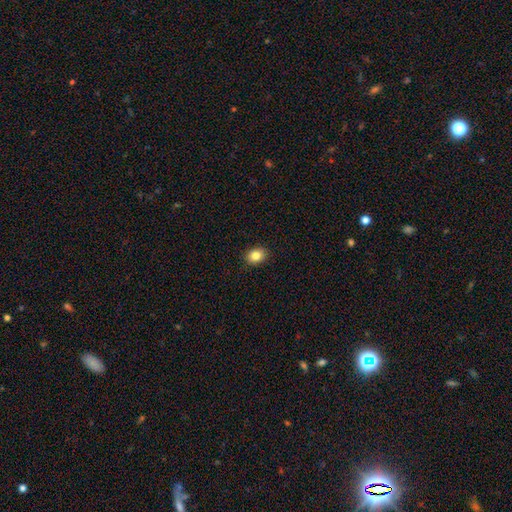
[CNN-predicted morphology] A smooth galaxy with no disk features (84%) that is in between round and cigar-shaped (54%). Merging: none (91%).